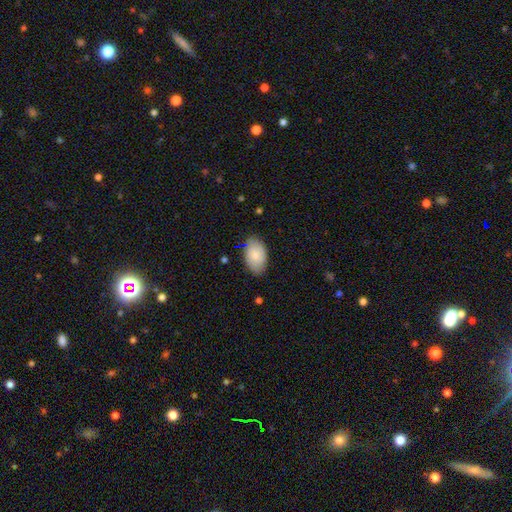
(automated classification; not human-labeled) smooth-or-featured: smooth: 73% | featured or disk: 20% | star or artifact: 6%
  how-rounded: in between: 92% | round: 7% | cigar-shaped: 1%
  merging: none: 76% | minor disturbance: 19% | major disturbance: 3% | merger: 1%